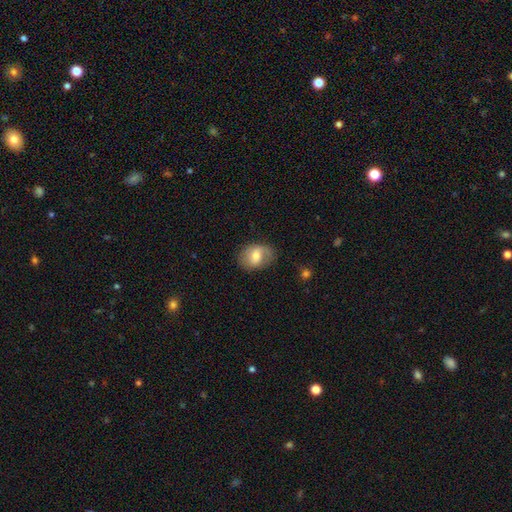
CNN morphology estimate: Smooth or featured: smooth — 59% (featured or disk — 34%)
How rounded: in between — 73% (round — 26%)
Merging: none — 68% (minor disturbance — 22%)